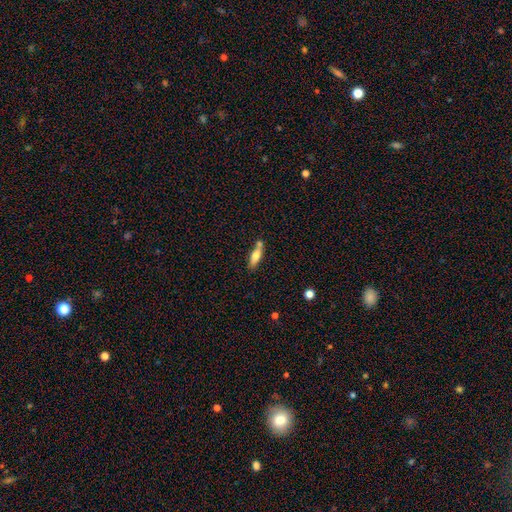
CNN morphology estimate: smooth_or_featured: smooth (p=0.62) [alt: featured or disk p=0.32]
how_rounded: cigar-shaped (p=0.57) [alt: in between p=0.41]
merging: none (p=0.61) [alt: merger p=0.20]